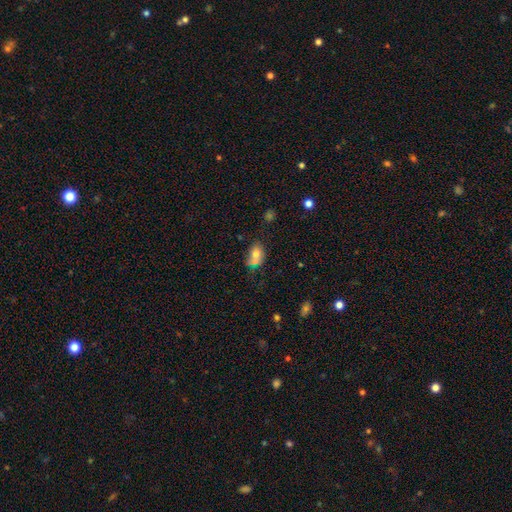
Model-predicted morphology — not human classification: Smooth or featured? smooth (71%)
How rounded? in between (67%)
Merging? none (38%)